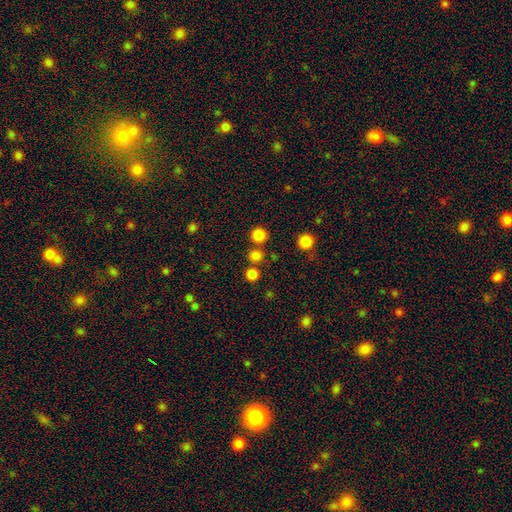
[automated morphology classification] This is likely a smooth galaxy (79%). How rounded: clearly round (93%). Merging: likely none (79%).